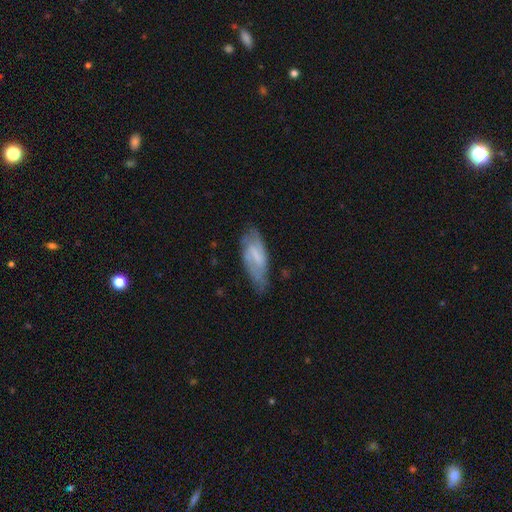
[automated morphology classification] Smooth or featured? featured or disk (62%)
Edge-on disk? no (86%)
Bar? weak (46%)
Spiral arms? yes (79%)
Bulge size? none (37%)
Merging? none (62%)